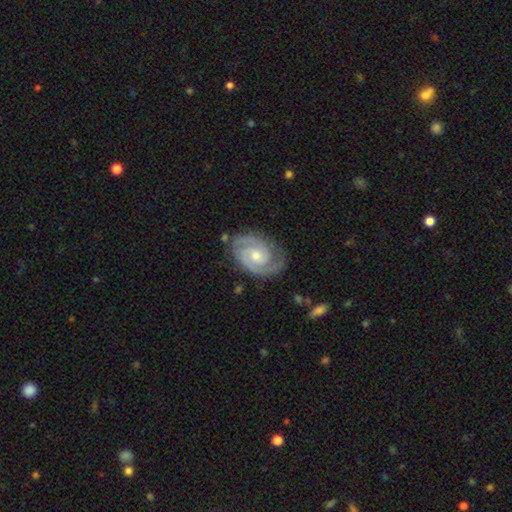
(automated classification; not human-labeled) Smooth or featured?
  - featured or disk: 89% *
  - smooth: 7%
  - star or artifact: 4%
Edge-on disk?
  - no: 97% *
  - yes: 3%
Bar?
  - no: 61% *
  - weak: 33%
  - strong: 6%
Spiral arms?
  - yes: 98% *
  - no: 2%
Spiral winding?
  - tight: 64% *
  - medium: 31%
  - loose: 5%
Spiral arm count?
  - 2: 86% *
  - 3: 6%
  - can't tell: 5%
  - 1: 2%
  - 4: 1%
  - more than 4: 1%
Bulge size?
  - moderate: 53% *
  - small: 41%
  - large: 3%
  - none: 2%
  - dominant: 1%
Merging?
  - none: 78% *
  - minor disturbance: 16%
  - major disturbance: 4%
  - merger: 2%